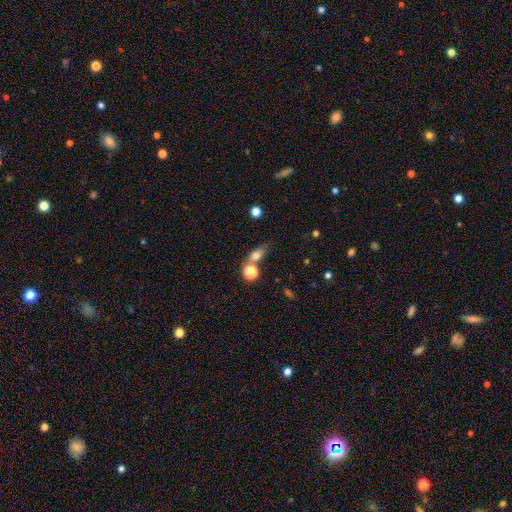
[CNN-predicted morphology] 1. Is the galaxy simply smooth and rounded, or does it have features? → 72% smooth, 14% featured or disk, 14% star or artifact.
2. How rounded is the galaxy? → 57% in between, 29% round, 14% cigar-shaped.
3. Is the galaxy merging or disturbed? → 48% none, 26% merger, 17% minor disturbance, 9% major disturbance.